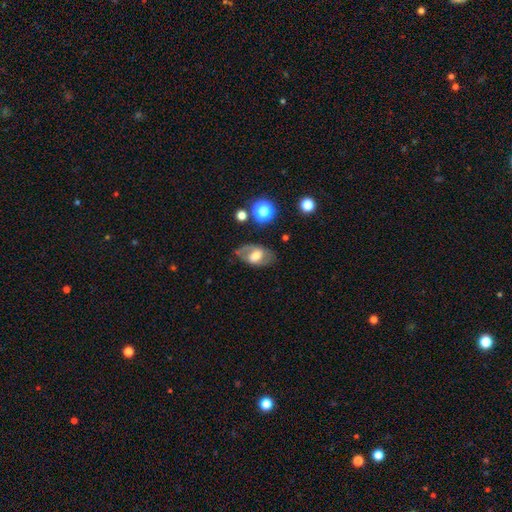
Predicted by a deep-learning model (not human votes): Morphology: type=featured or disk (54%); edge-on=no (93%); merging=none (69%).